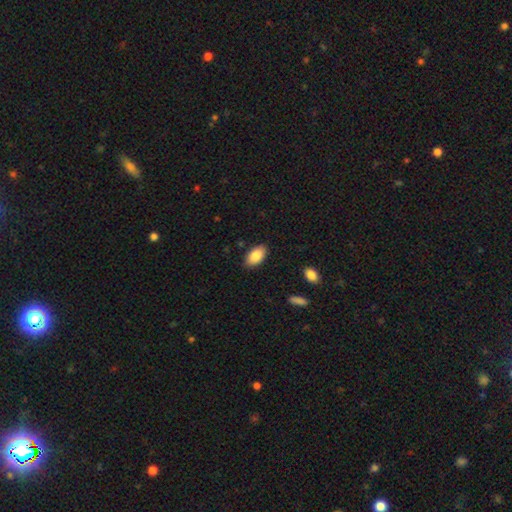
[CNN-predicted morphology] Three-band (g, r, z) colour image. It shows a smooth galaxy with no disk features (87%) that is in between round and cigar-shaped (95%). Merging: none (85%).